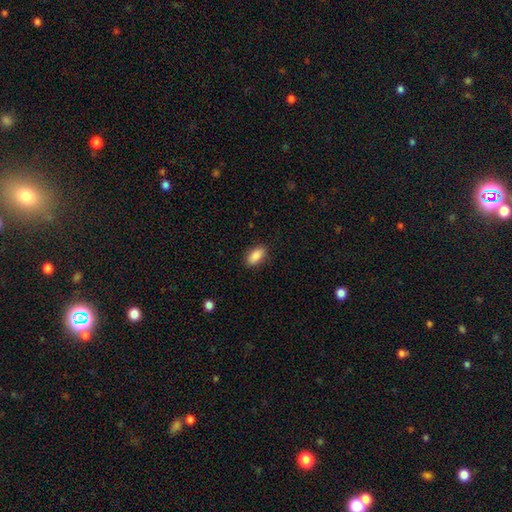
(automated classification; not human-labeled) Smooth or featured? smooth (88%)
How rounded? in between (91%)
Merging? none (88%)